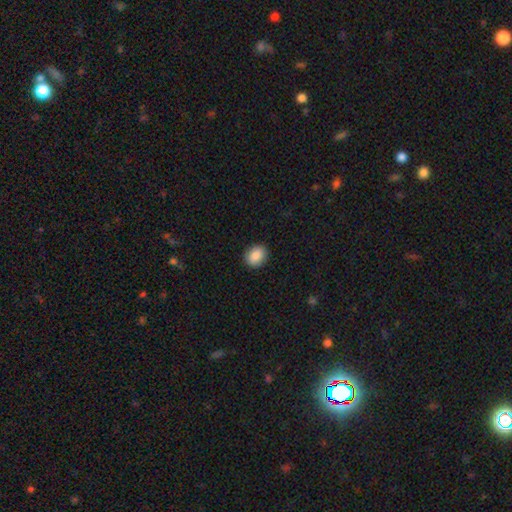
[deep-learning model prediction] A smooth galaxy with no disk features (88%) that is round (52%).

Vote fractions:
- Smooth or featured? smooth: 88% / star or artifact: 8% / featured or disk: 4%
- How rounded? round: 52% / in between: 47% / cigar-shaped: 1%
- Merging? none: 90% / minor disturbance: 8% / major disturbance: 2% / merger: 1%